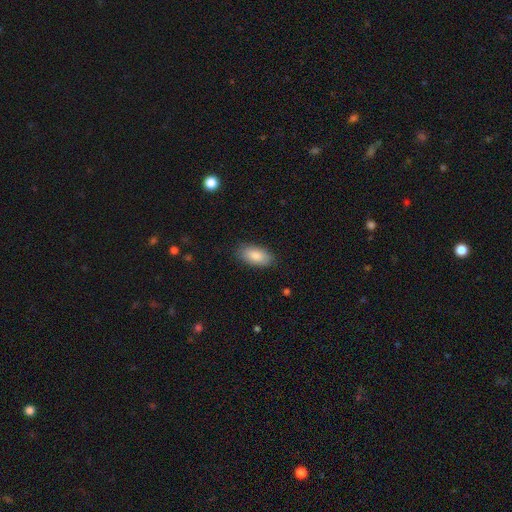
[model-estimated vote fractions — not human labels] A smooth galaxy with no disk features (86%) that is in between round and cigar-shaped (93%). Merging: none (85%).